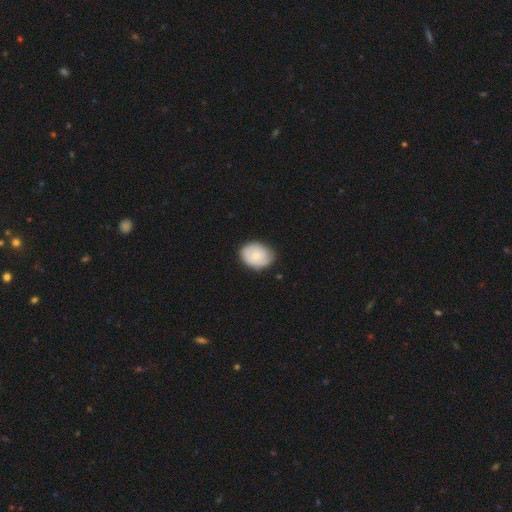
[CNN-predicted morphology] The model was most divided on "how rounded": in between: 58%, round: 41%, cigar-shaped: 1%. More confident: smooth or featured — smooth (71%); merging — none (70%).